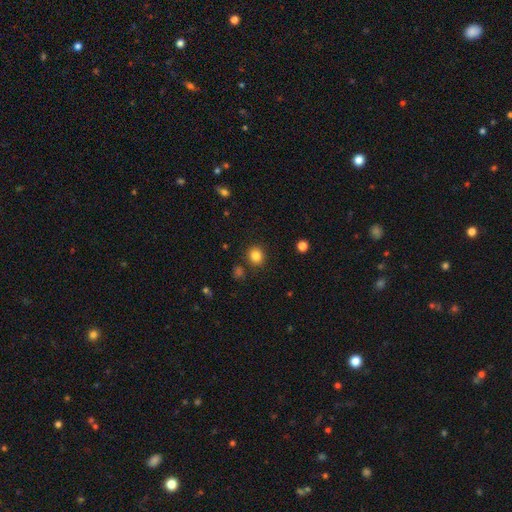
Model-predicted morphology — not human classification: Overall: smooth (84%). How rounded: round (83%). Merging: none (87%).